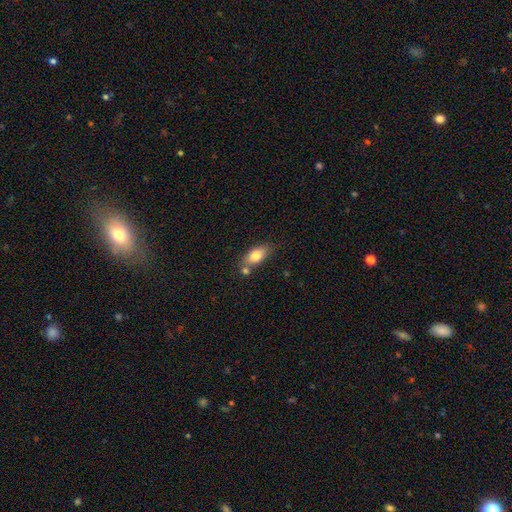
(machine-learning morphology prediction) smooth-or-featured: smooth: 79% | featured or disk: 13% | star or artifact: 8%
  how-rounded: in between: 88% | round: 7% | cigar-shaped: 5%
  merging: none: 63% | merger: 19% | minor disturbance: 15% | major disturbance: 4%